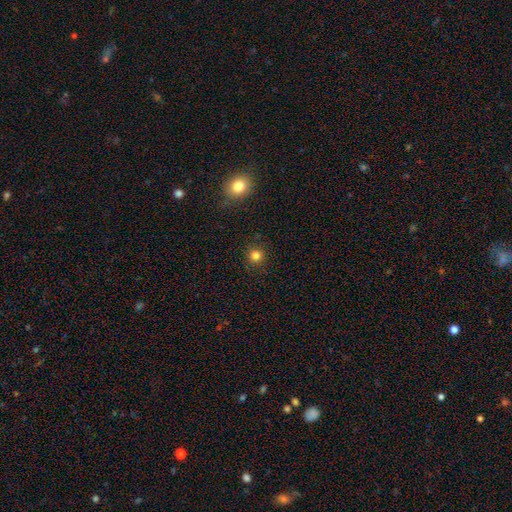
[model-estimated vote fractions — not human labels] Smooth or featured? smooth (81%)
How rounded? round (93%)
Merging? none (90%)